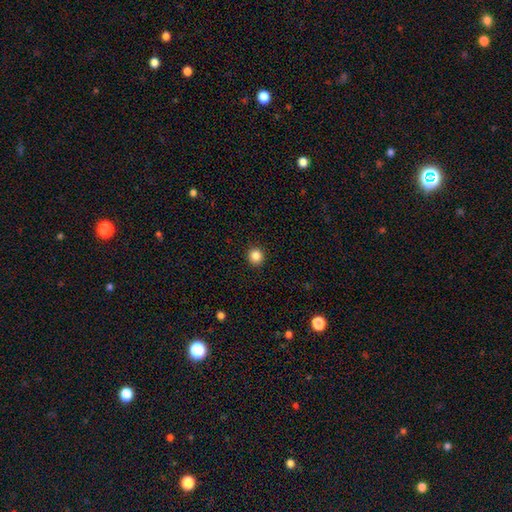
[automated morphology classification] The model was most divided on "smooth or featured": smooth: 86%, star or artifact: 11%, featured or disk: 3%. More confident: how rounded — round (93%); merging — none (93%).